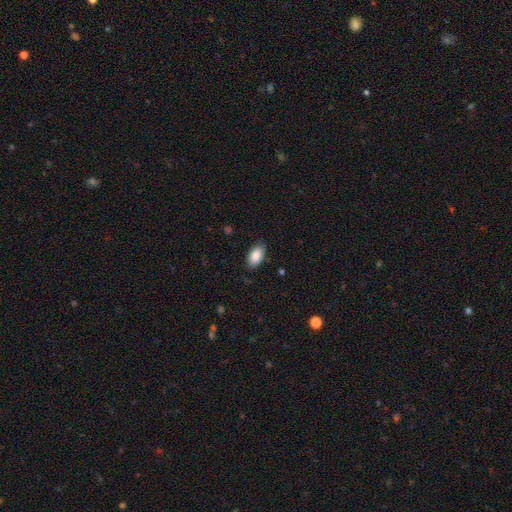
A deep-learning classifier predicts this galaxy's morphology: The model was most divided on "merging": none: 84%, minor disturbance: 13%, major disturbance: 3%, merger: 1%. More confident: how rounded — in between (94%); smooth or featured — smooth (88%).